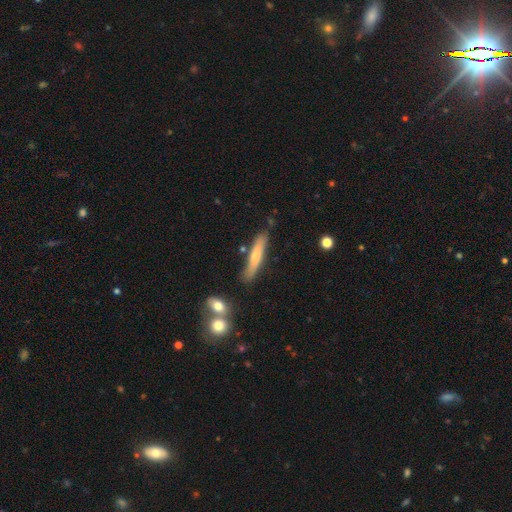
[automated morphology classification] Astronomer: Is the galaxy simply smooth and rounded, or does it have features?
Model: smooth — 65%.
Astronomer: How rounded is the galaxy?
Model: cigar-shaped — 89%.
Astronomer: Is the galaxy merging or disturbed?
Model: none — 78%.